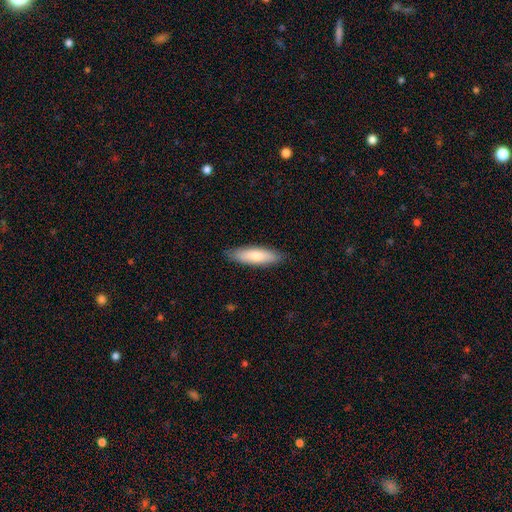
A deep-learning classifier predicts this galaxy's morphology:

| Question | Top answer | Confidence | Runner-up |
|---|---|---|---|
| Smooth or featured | smooth | 77% | featured or disk (18%) |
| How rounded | cigar-shaped | 57% | in between (42%) |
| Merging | none | 85% | minor disturbance (12%) |